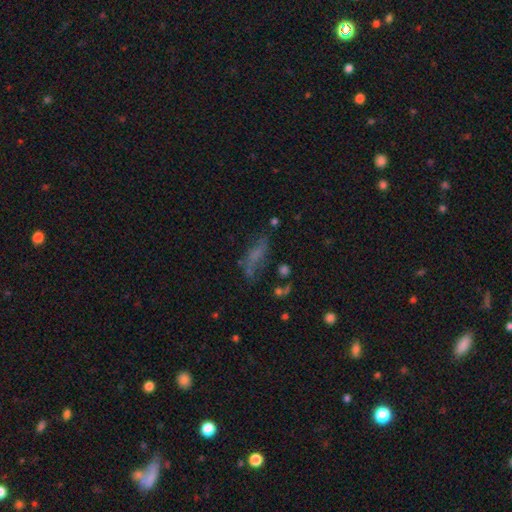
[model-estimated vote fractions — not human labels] Smooth or featured? smooth (44%)
Merging? none (51%)